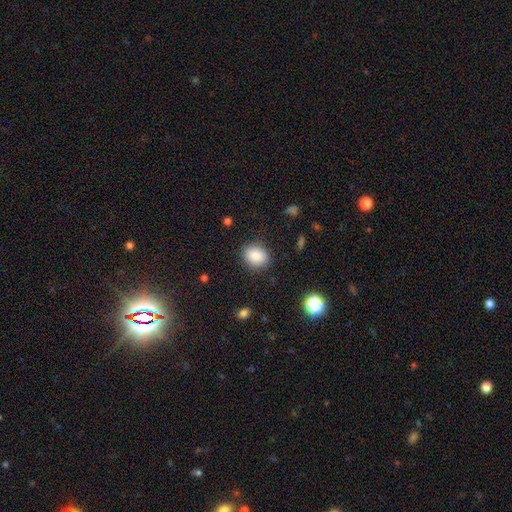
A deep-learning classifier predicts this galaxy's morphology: This appears to be a smooth galaxy with no disk features (87%) that is round (57%). Merging: none (86%).